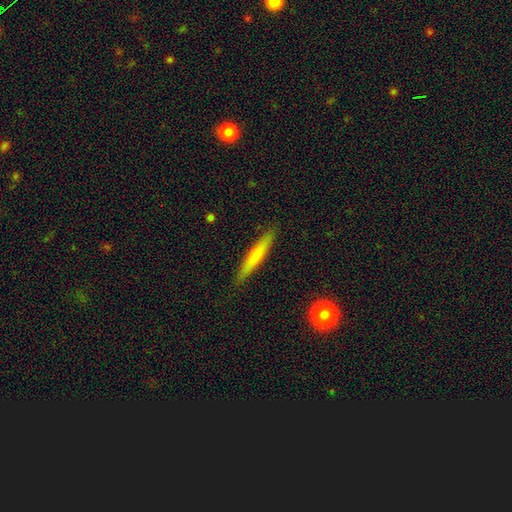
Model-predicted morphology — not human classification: Smooth or featured? smooth (63%)
How rounded? cigar-shaped (94%)
Merging? none (90%)